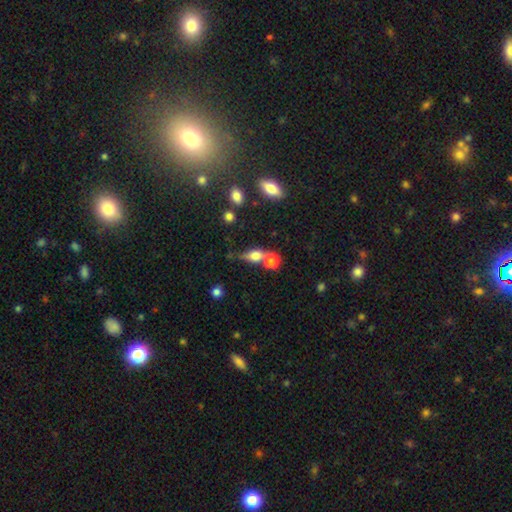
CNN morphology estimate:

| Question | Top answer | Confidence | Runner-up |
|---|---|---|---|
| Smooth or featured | smooth | 72% | featured or disk (17%) |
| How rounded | in between | 51% | round (37%) |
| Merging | merger | 45% | none (36%) |